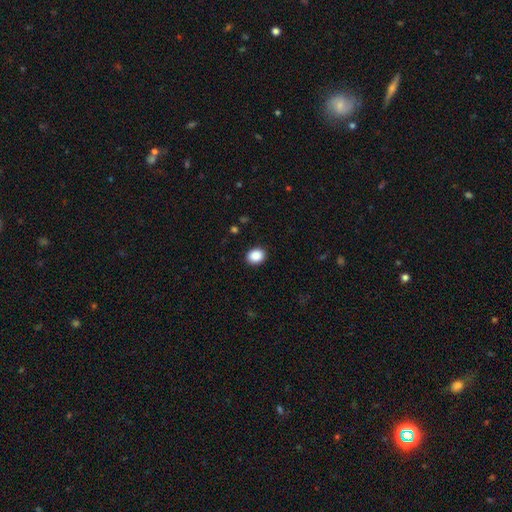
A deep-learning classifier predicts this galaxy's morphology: Overall: smooth (89%). How rounded: in between (51%; round 48%). Merging: none (90%).